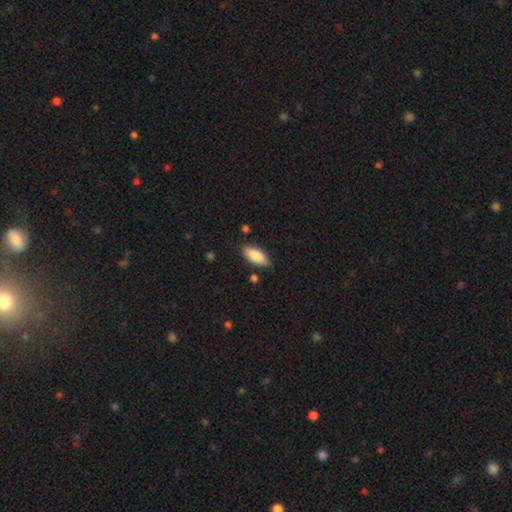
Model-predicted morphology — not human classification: The model was most divided on "how rounded": in between: 84%, cigar-shaped: 14%, round: 2%. More confident: smooth or featured — smooth (85%); merging — none (84%).